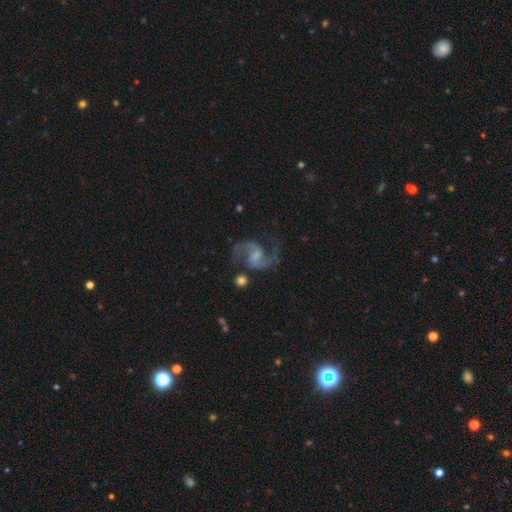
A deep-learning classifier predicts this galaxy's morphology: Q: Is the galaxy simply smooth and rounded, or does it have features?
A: featured or disk — 91%.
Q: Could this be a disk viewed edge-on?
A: no — 98%.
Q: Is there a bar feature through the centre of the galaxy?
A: weak — 56%.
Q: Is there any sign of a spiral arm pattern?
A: yes — 98%.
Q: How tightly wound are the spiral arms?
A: medium — 51%.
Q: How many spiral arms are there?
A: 2 — 94%.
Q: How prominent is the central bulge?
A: small — 44%.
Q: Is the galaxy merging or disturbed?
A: none — 74%.